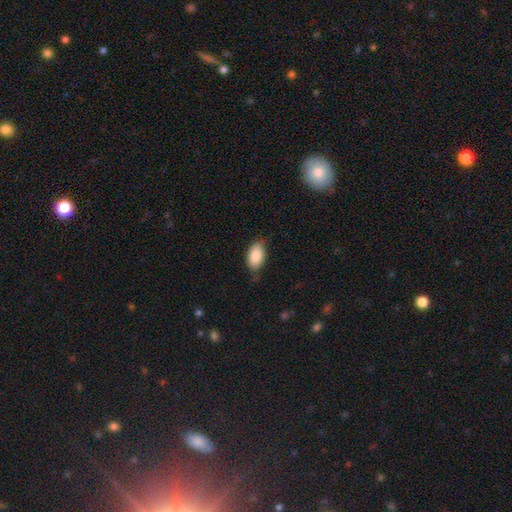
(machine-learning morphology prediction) Q: Smooth or featured?
A: smooth (88%); runner-up: star or artifact (6%)
Q: How rounded?
A: in between (94%); runner-up: round (4%)
Q: Merging?
A: none (75%); runner-up: minor disturbance (20%)